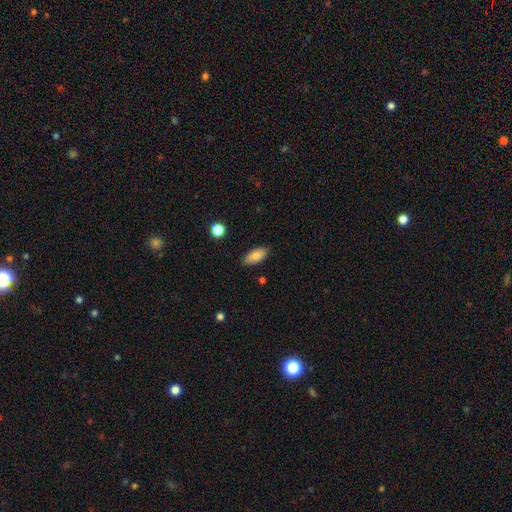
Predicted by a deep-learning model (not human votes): Smooth or featured? Predicted: smooth (p=0.82). How rounded? Predicted: in between (p=0.90). Merging? Predicted: none (p=0.83).